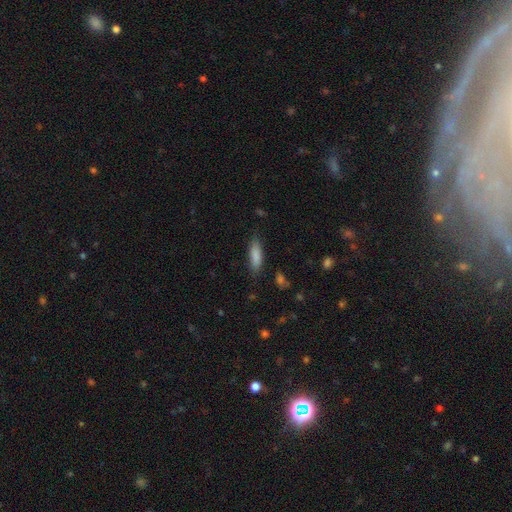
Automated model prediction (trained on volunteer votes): Q: Smooth or featured?
A: smooth (86%); runner-up: featured or disk (8%)
Q: How rounded?
A: cigar-shaped (50%); runner-up: in between (48%)
Q: Merging?
A: none (82%); runner-up: minor disturbance (14%)